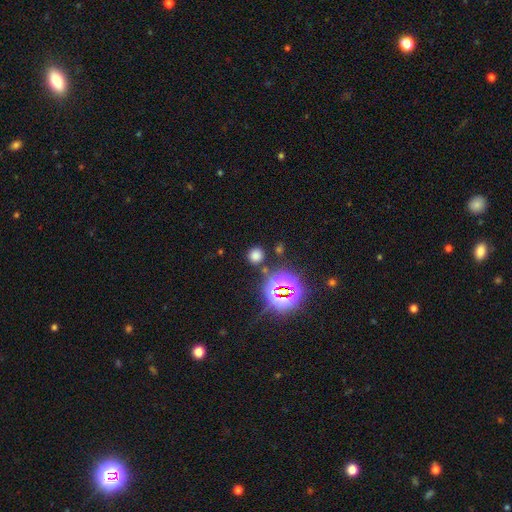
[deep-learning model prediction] Smooth or featured: smooth — 65% (star or artifact — 29%)
How rounded: round — 86% (in between — 13%)
Merging: none — 84% (minor disturbance — 8%)